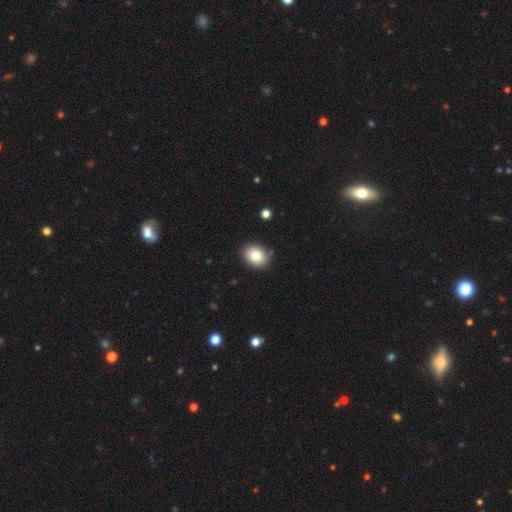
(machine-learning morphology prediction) Smooth or featured? smooth (81%)
How rounded? in between (56%)
Merging? none (85%)